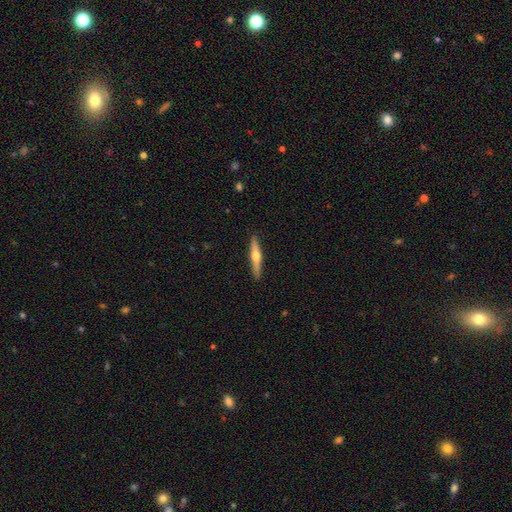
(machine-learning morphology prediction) Smooth or featured: featured or disk — 54% (smooth — 40%)
Edge-on disk: yes — 96% (no — 4%)
Edge-on bulge: rounded — 90% (none — 6%)
Merging: none — 90% (minor disturbance — 7%)